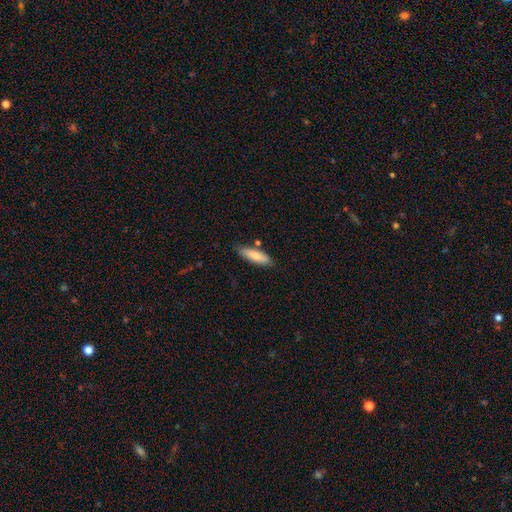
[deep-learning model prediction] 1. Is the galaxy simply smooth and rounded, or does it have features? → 80% smooth, 15% featured or disk, 6% star or artifact.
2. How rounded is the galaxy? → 58% cigar-shaped, 40% in between, 2% round.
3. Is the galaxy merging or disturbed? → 80% none, 14% minor disturbance, 4% merger, 2% major disturbance.